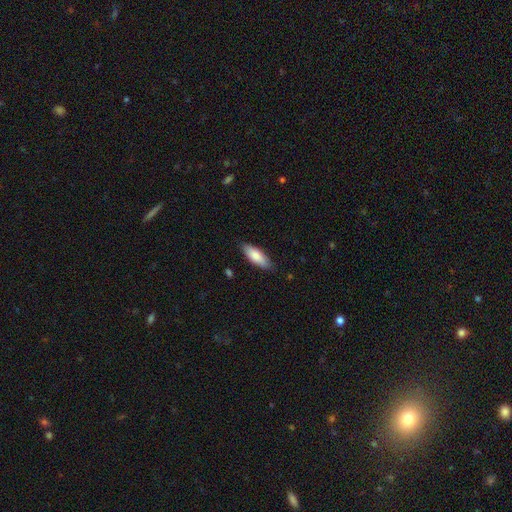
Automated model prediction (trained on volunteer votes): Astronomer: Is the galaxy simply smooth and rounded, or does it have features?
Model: smooth — 82%.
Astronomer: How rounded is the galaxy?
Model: in between — 69%.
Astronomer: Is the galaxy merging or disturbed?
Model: none — 85%.